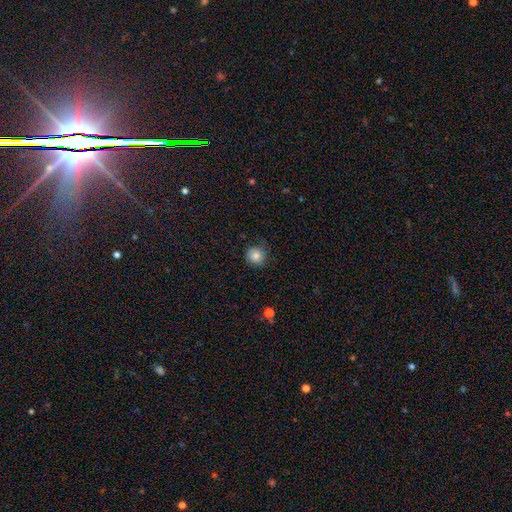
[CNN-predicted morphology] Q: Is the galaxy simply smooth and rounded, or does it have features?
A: smooth — 83%.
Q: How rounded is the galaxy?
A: round — 89%.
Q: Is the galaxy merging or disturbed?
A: none — 73%.